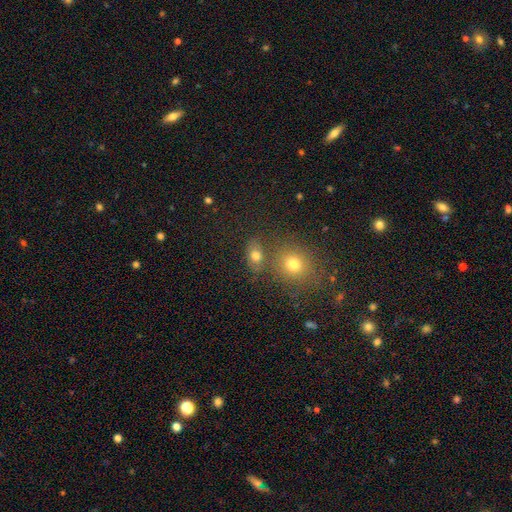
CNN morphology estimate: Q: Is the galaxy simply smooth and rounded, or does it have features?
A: smooth — 73%.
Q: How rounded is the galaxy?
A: in between — 63%.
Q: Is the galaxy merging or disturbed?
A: none — 65%.